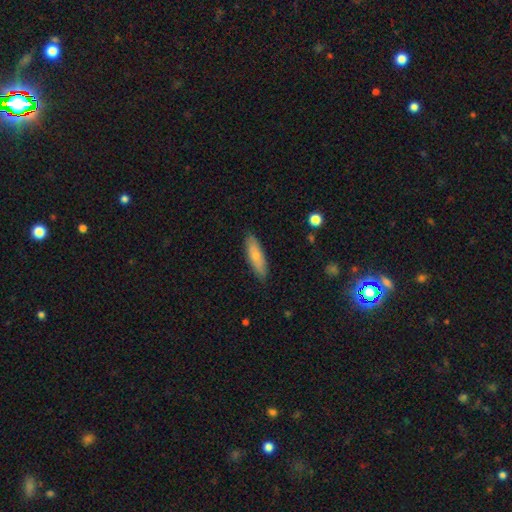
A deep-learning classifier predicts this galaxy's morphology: The model was most divided on "how rounded": cigar-shaped: 53%, in between: 45%, round: 2%. More confident: merging — none (85%); smooth or featured — smooth (73%).